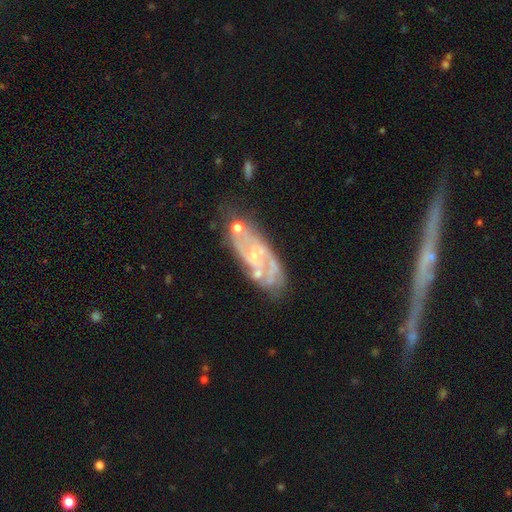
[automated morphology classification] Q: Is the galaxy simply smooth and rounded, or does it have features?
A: featured or disk — 78%.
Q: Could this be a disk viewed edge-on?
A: no — 92%.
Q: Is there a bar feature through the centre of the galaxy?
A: no — 59%.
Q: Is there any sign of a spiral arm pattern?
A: yes — 83%.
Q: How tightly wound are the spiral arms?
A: medium — 43%.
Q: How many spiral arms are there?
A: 2 — 35%, tied with can't tell.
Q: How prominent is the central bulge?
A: small — 70%.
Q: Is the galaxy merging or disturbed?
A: none — 58%.